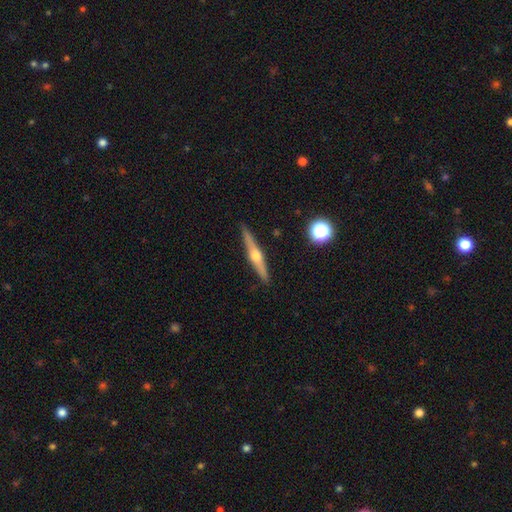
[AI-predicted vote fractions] A featured or disk galaxy (74%) viewed edge-on (98%) with a rounded central bulge (94%). Merging: none (91%).